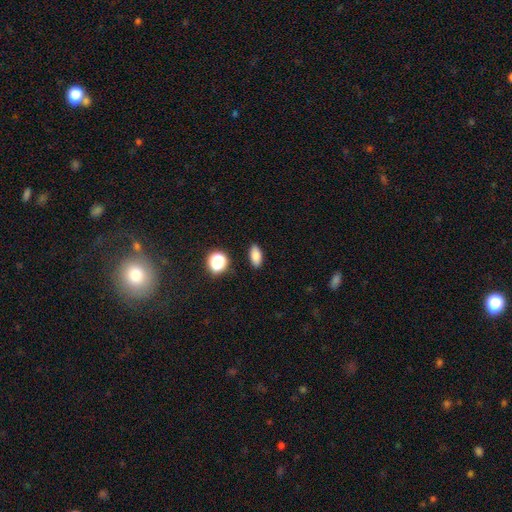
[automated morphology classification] type=smooth (82%); roundness=in between (84%); merging=none (87%).